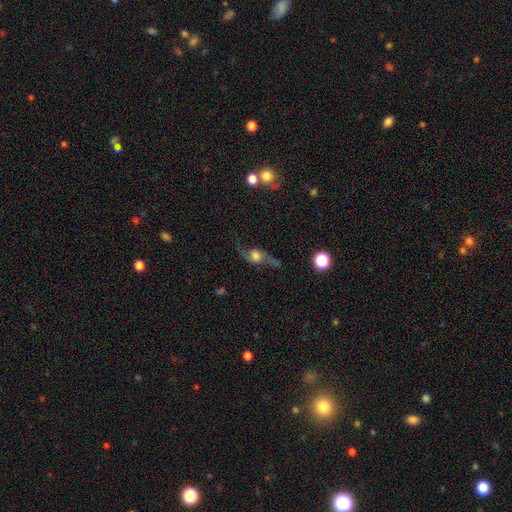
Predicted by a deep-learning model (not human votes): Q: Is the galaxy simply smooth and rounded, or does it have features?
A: featured or disk — 65%.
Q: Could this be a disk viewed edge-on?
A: no — 71%.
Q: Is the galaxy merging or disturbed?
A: none — 54%.